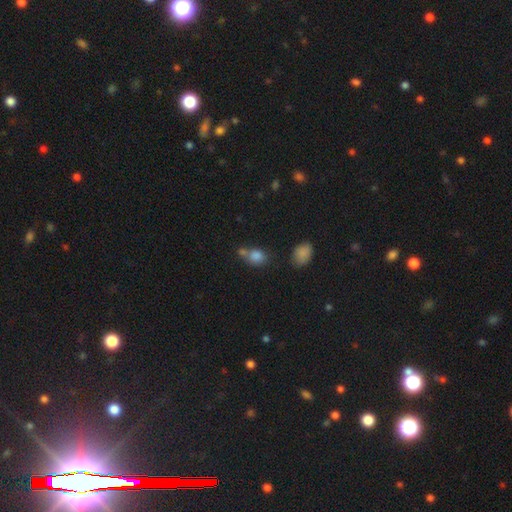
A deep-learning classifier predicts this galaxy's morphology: Smooth or featured? Predicted: smooth (p=0.81). How rounded? Predicted: in between (p=0.52). Merging? Predicted: none (p=0.44).